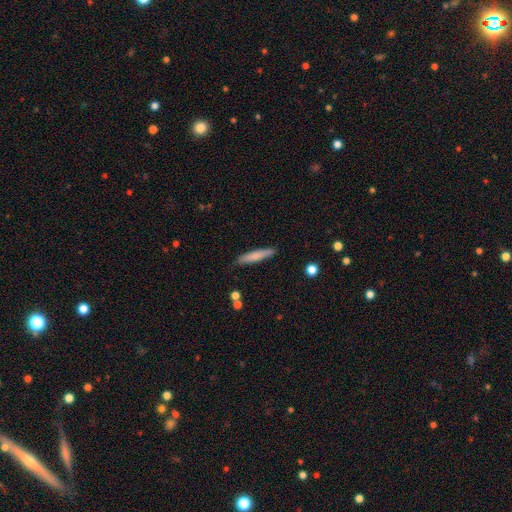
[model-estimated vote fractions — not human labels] Morphology: type=smooth (75%); roundness=cigar-shaped (92%); merging=none (87%).